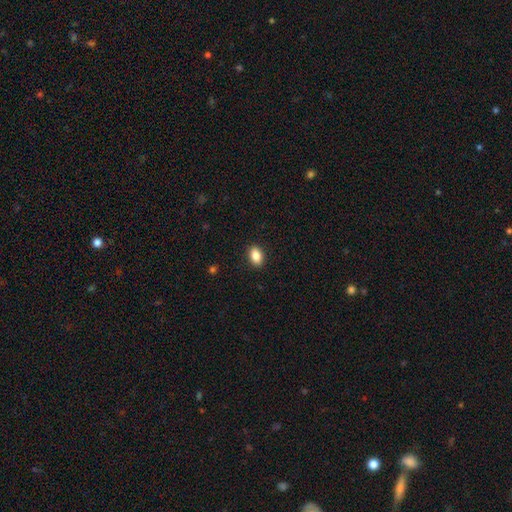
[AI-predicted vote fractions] Smooth or featured: smooth — 86% (star or artifact — 8%)
How rounded: in between — 87% (round — 11%)
Merging: none — 90% (minor disturbance — 7%)